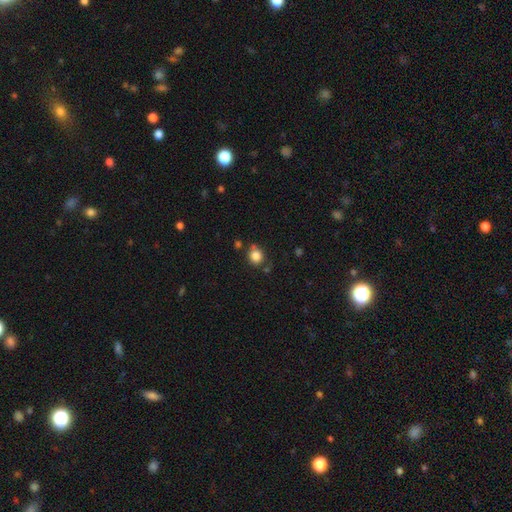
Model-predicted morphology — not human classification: A smooth galaxy with no disk features (83%) that is round (78%). Merging: none (70%).